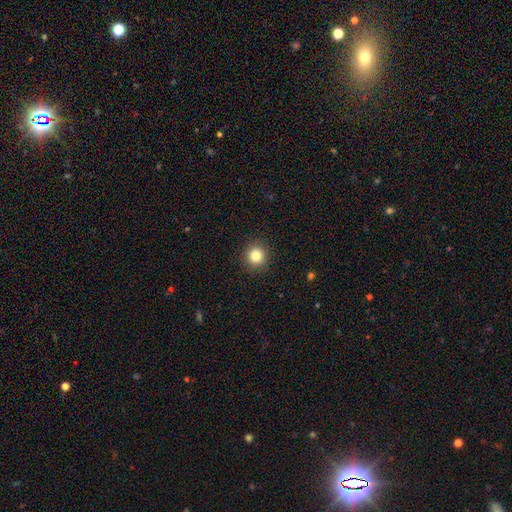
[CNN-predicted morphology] Smooth or featured?
  - smooth: 83% *
  - star or artifact: 11%
  - featured or disk: 5%
How rounded?
  - round: 92% *
  - in between: 7%
  - cigar-shaped: 1%
Merging?
  - none: 92% *
  - minor disturbance: 6%
  - major disturbance: 2%
  - merger: 1%